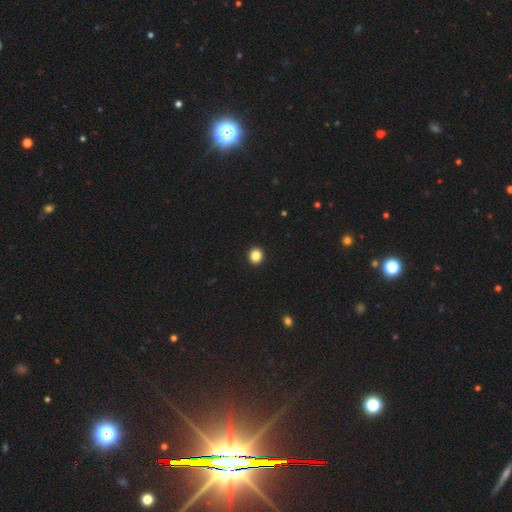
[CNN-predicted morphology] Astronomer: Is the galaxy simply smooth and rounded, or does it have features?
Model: smooth — 85%.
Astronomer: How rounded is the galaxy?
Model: round — 87%.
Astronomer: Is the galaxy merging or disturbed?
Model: none — 94%.